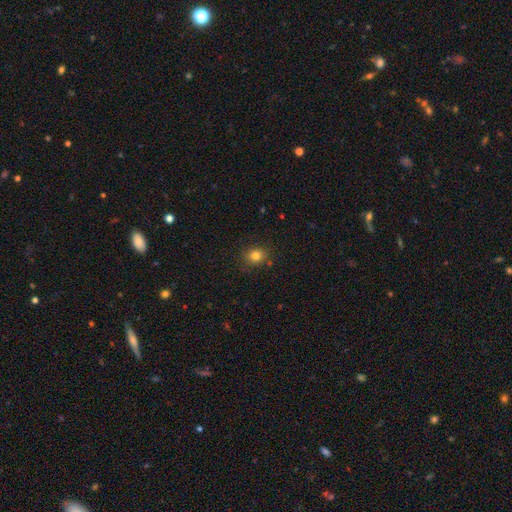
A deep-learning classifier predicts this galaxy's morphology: This is clearly a smooth galaxy (82%). How rounded: likely round (68%). Merging: clearly none (84%).